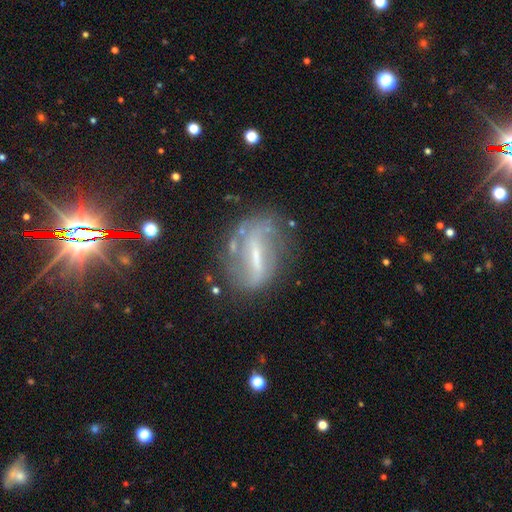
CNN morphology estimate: Overall: featured or disk (71%). Edge-on disk: no (86%). Bar: strong (60%; weak 29%). Spiral arms: yes (66%; no 34%). Bulge size: small (50%; moderate 25%). Merging: none (59%; minor disturbance 22%).